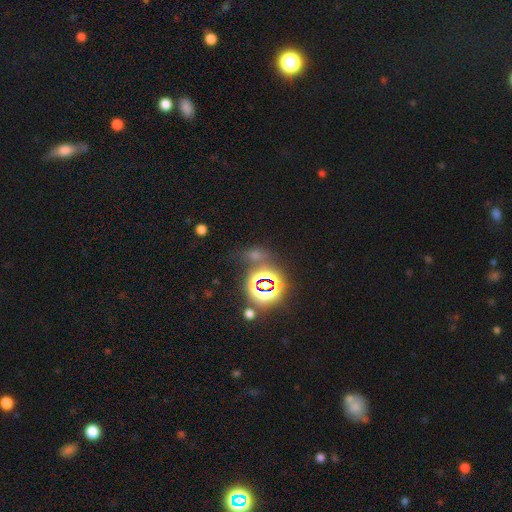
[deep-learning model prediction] This is likely a star or artifact rather than a galaxy (66%).